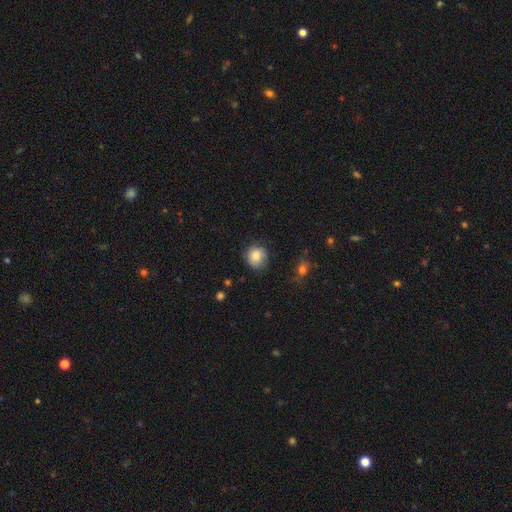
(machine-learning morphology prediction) Q: Smooth or featured?
A: smooth (79%); runner-up: featured or disk (12%)
Q: How rounded?
A: round (81%); runner-up: in between (18%)
Q: Merging?
A: none (73%); runner-up: minor disturbance (20%)